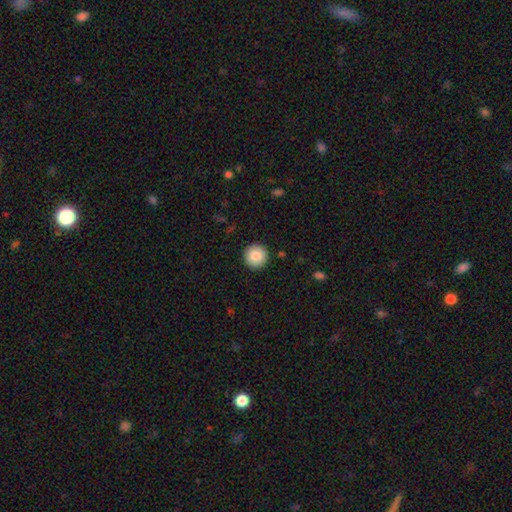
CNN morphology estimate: Smooth or featured: smooth — 84% (star or artifact — 8%)
How rounded: round — 96% (in between — 3%)
Merging: none — 92% (minor disturbance — 5%)